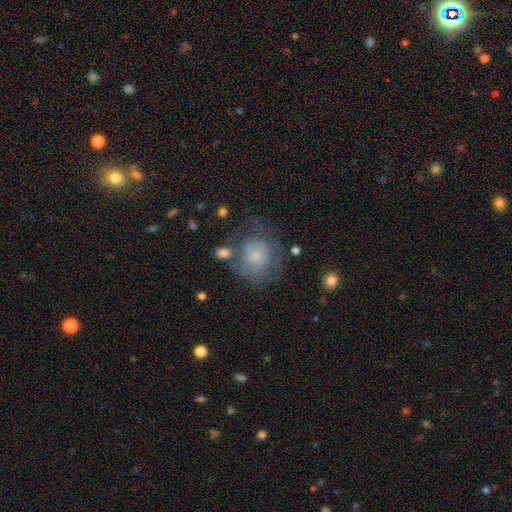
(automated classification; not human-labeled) A smooth galaxy with no disk features (49%). Merging: none (46%).